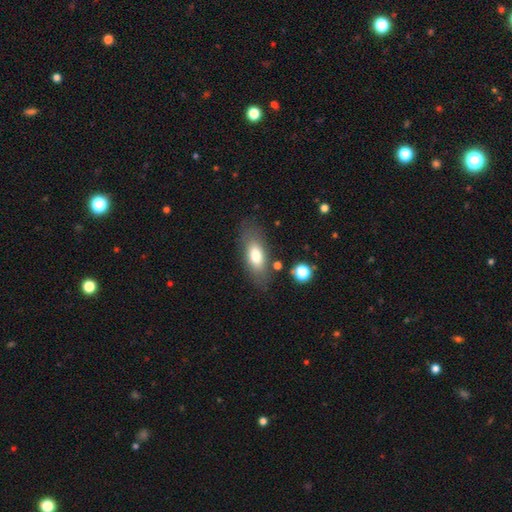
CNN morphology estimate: The model was most divided on "smooth or featured": smooth: 74%, featured or disk: 19%, star or artifact: 8%. More confident: how rounded — in between (80%); merging — none (76%).